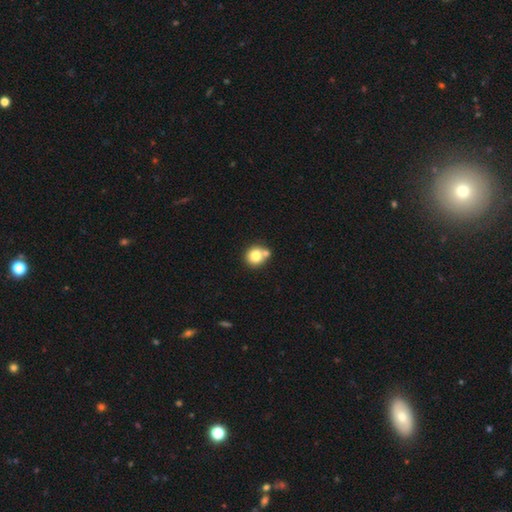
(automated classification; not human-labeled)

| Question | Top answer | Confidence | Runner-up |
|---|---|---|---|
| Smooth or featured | smooth | 79% | featured or disk (12%) |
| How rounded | round | 87% | in between (12%) |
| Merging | none | 53% | merger (34%) |